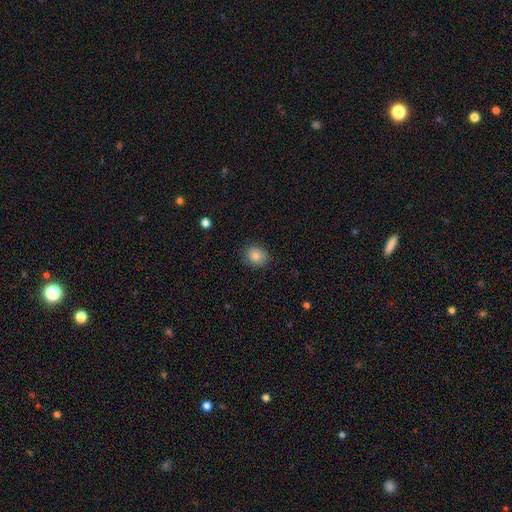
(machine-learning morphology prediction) Overall: smooth (84%). How rounded: round (71%). Merging: none (84%).